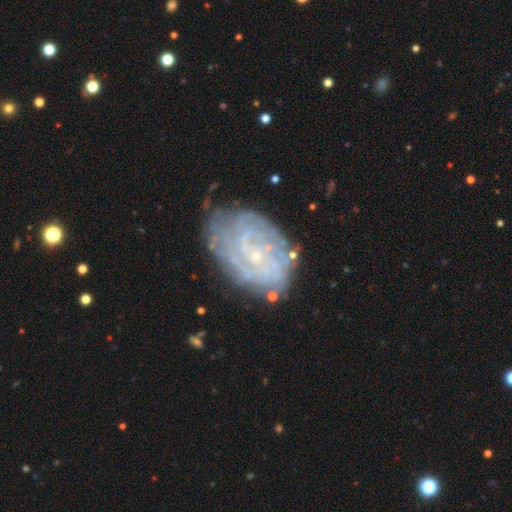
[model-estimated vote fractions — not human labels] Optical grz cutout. It shows a featured or disk galaxy (79%) with no bar (71%), tight (73%) spiral arms (88%) and a small central bulge (85%). Merging: none (66%).